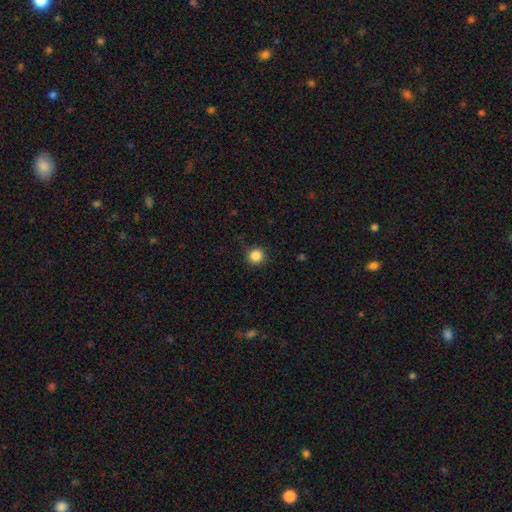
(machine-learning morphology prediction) Smooth or featured? smooth (86%)
How rounded? round (94%)
Merging? none (87%)